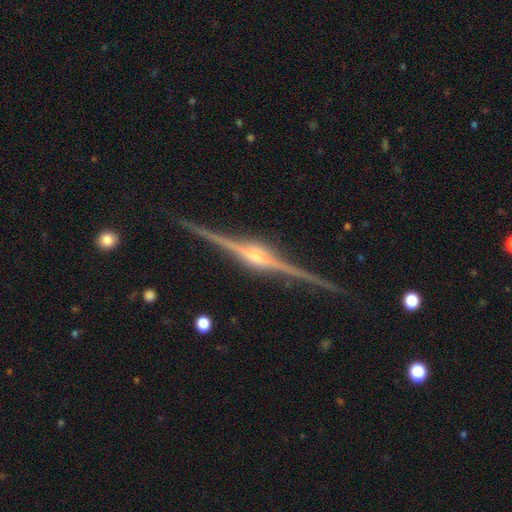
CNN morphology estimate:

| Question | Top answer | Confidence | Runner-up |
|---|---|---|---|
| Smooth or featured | featured or disk | 92% | star or artifact (5%) |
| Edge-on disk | yes | 99% | no (1%) |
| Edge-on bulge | rounded | 89% | boxy (8%) |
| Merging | none | 90% | minor disturbance (7%) |